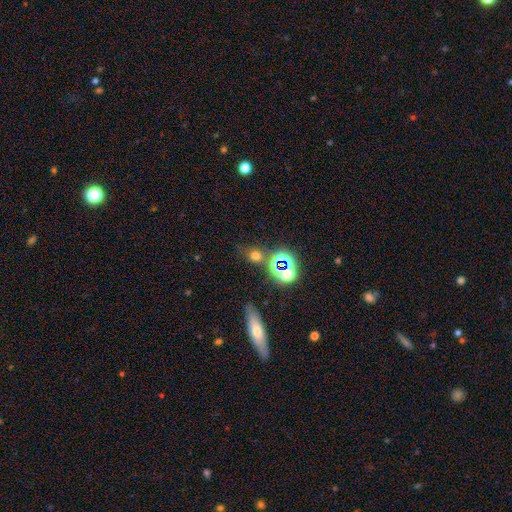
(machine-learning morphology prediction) smooth_or_featured: smooth (p=0.62) [alt: star or artifact p=0.30]
how_rounded: round (p=0.69) [alt: in between p=0.28]
merging: none (p=0.70) [alt: merger p=0.13]